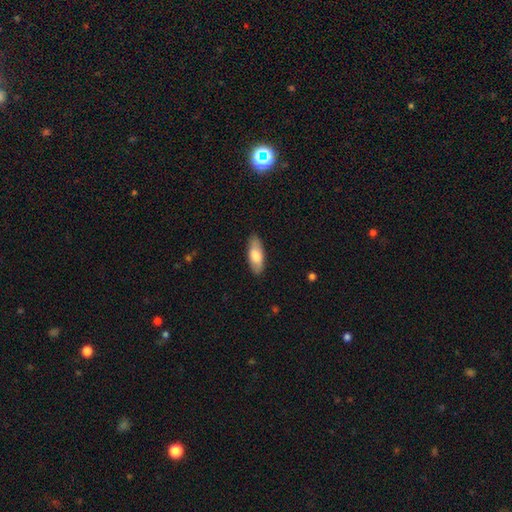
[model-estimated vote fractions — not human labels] This appears to be a smooth galaxy with no disk features (77%) that is in between round and cigar-shaped (75%). Merging: none (86%).